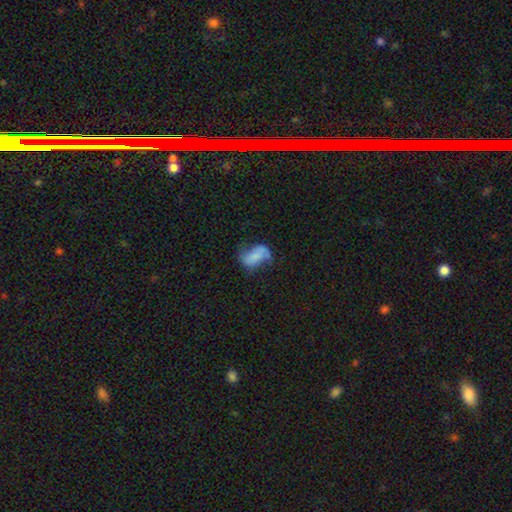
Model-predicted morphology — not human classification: type=featured or disk (47%); merging=none (44%).